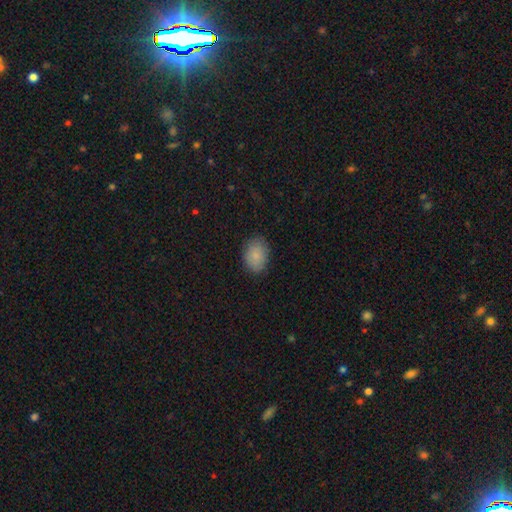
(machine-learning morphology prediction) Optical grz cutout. It shows a smooth galaxy with no disk features (86%) that is in between round and cigar-shaped (81%). Merging: none (84%).